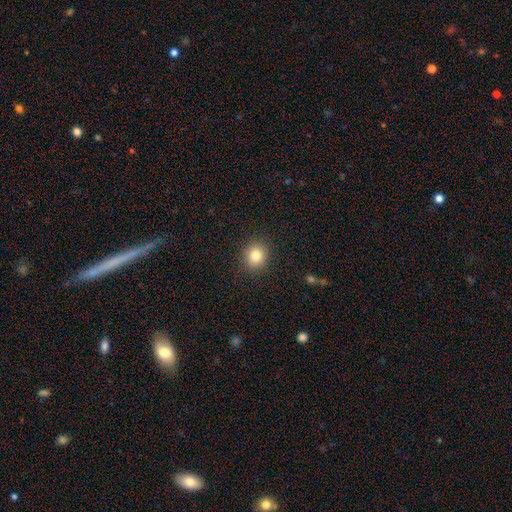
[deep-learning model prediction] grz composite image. It shows a smooth galaxy with no disk features (82%) that is round (83%). Merging: none (90%).